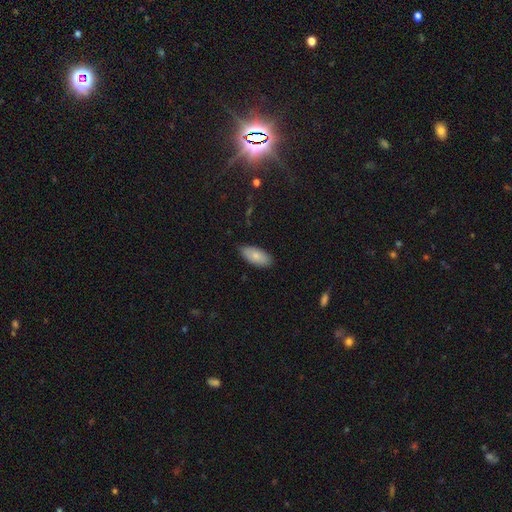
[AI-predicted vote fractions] smooth-or-featured: smooth: 80% | featured or disk: 14% | star or artifact: 6%
  how-rounded: in between: 91% | cigar-shaped: 7% | round: 2%
  merging: none: 84% | minor disturbance: 13% | major disturbance: 2% | merger: 1%